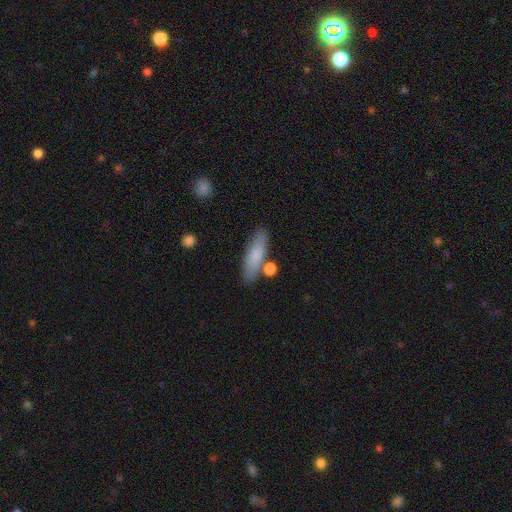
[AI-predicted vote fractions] Smooth or featured: smooth — 78% (featured or disk — 15%)
How rounded: cigar-shaped — 54% (in between — 43%)
Merging: none — 78% (minor disturbance — 12%)